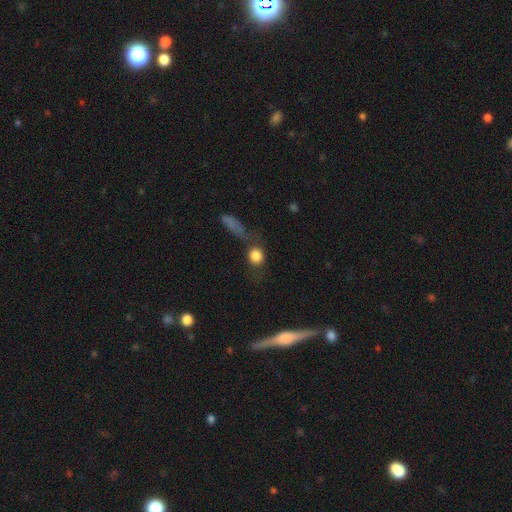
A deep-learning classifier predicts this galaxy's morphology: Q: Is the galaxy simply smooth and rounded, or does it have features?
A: smooth — 80%.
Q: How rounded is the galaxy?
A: round — 78%.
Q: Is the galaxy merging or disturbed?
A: none — 57%.